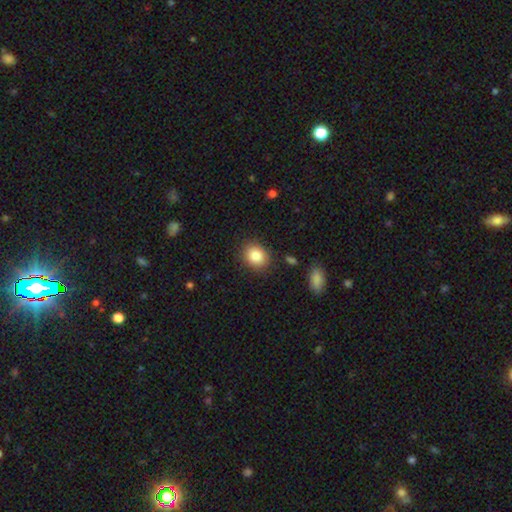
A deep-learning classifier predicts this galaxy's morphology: smooth 86%, star or artifact 9%, featured or disk 6%. Down the decision tree: how rounded — round (58%); merging — none (86%).